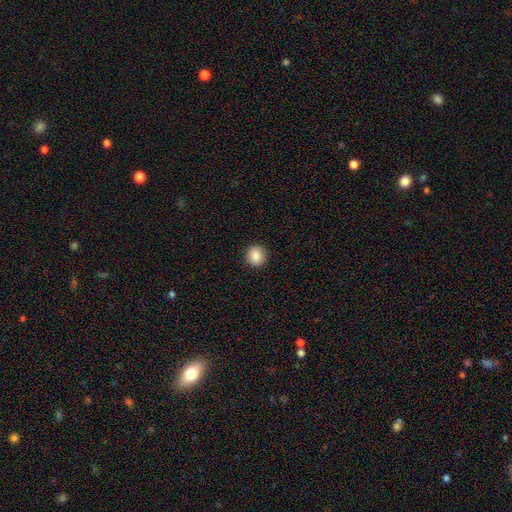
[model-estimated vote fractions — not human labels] Morphology: type=smooth (87%); roundness=round (86%); merging=none (92%).